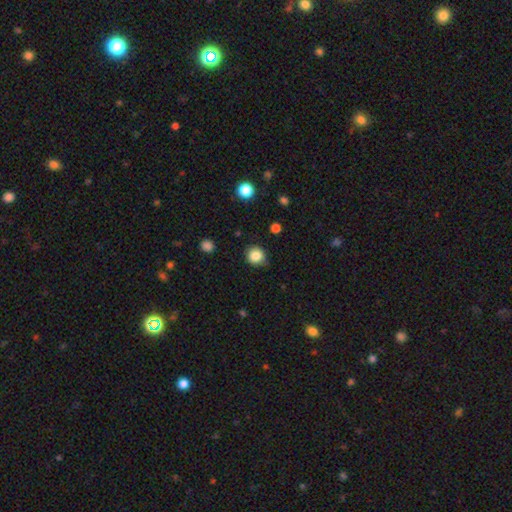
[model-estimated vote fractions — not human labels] This appears to be a smooth galaxy with no disk features (84%) that is round (88%). Merging: none (84%).